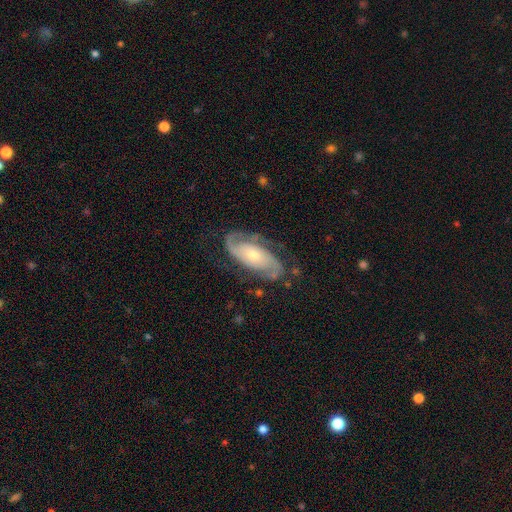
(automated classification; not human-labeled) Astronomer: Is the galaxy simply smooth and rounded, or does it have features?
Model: featured or disk — 84%.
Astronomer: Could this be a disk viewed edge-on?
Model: no — 94%.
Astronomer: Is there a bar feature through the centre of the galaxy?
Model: no — 65%.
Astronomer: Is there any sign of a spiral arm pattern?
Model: yes — 96%.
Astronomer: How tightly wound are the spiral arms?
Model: medium — 45% (runner-up: tight, 35%).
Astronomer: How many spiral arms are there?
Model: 2 — 85%.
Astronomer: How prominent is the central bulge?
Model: moderate — 54% (runner-up: small, 39%).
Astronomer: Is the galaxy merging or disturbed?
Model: none — 72%.